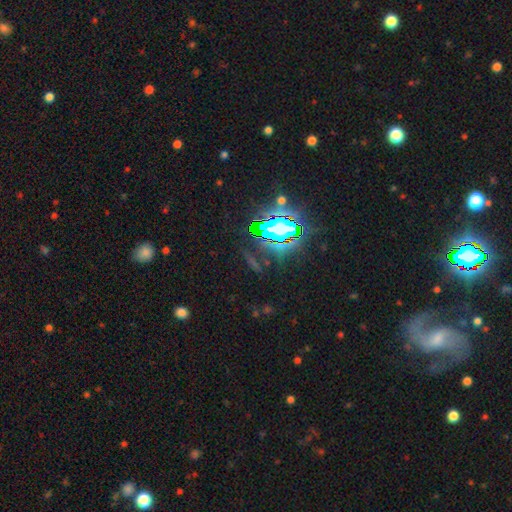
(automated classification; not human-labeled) Overall: star or artifact (80%).